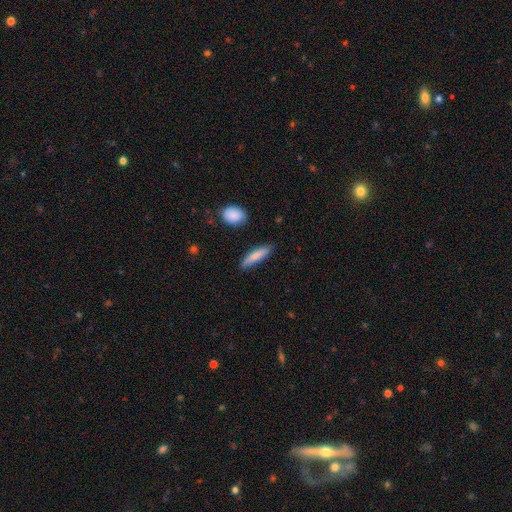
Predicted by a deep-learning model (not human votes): Q: Smooth or featured?
A: smooth (81%); runner-up: featured or disk (13%)
Q: How rounded?
A: cigar-shaped (78%); runner-up: in between (21%)
Q: Merging?
A: none (83%); runner-up: minor disturbance (13%)